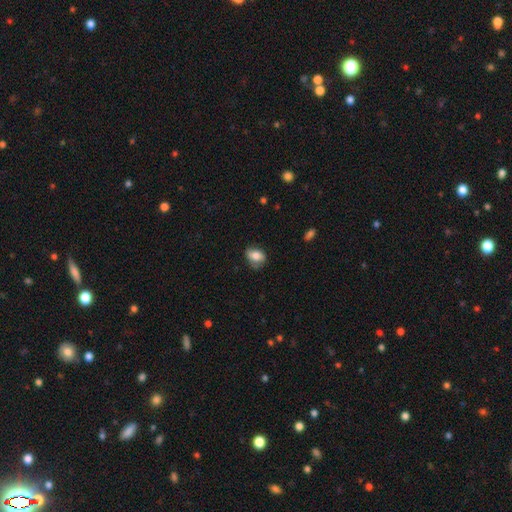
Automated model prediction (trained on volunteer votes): smooth 73%, featured or disk 19%, star or artifact 8%. Down the decision tree: how rounded — in between (72%); merging — none (62%).